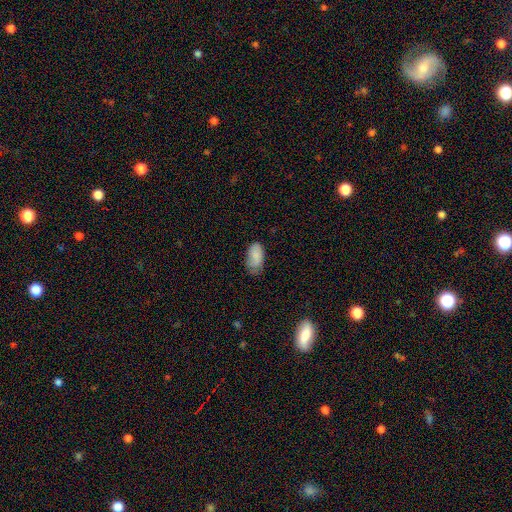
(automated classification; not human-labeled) Morphology: type=smooth (84%); roundness=in between (94%); merging=none (57%).